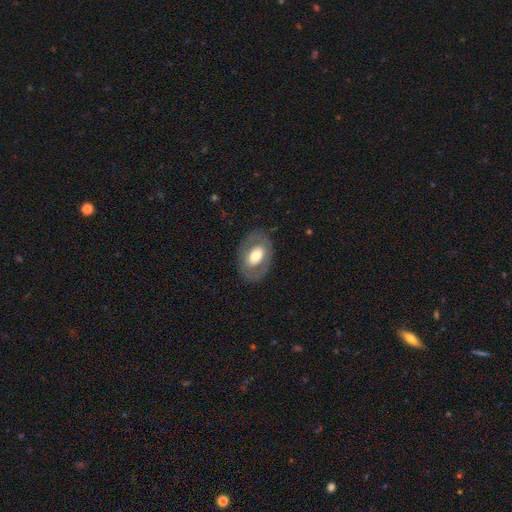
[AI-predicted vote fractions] smooth_or_featured: smooth (p=0.53) [alt: featured or disk p=0.40]
how_rounded: in between (p=0.84) [alt: round p=0.15]
merging: none (p=0.79) [alt: minor disturbance p=0.12]